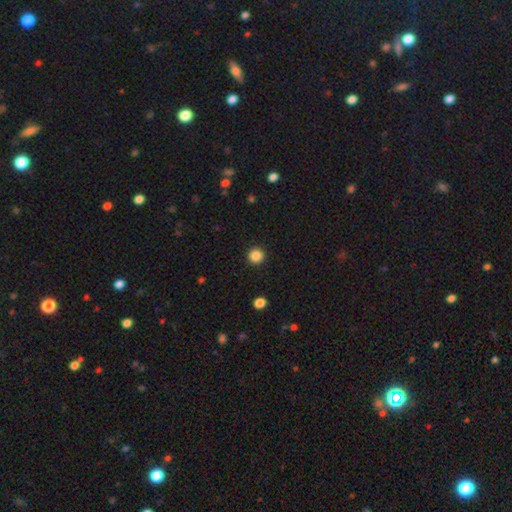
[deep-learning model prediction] This appears to be a smooth galaxy with no disk features (86%) that is round (95%). Merging: none (93%).